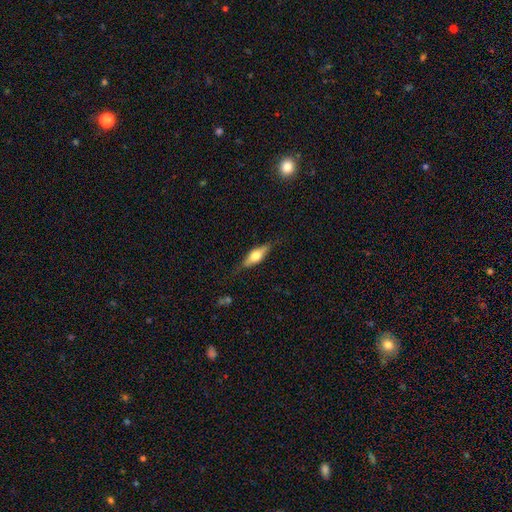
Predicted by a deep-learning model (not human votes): A featured or disk galaxy (51%) viewed edge-on (91%).

Vote fractions:
- Smooth or featured? featured or disk: 51% / smooth: 43% / star or artifact: 6%
- Edge-on disk? yes: 91% / no: 9%
- Merging? none: 81% / minor disturbance: 14% / major disturbance: 4% / merger: 1%